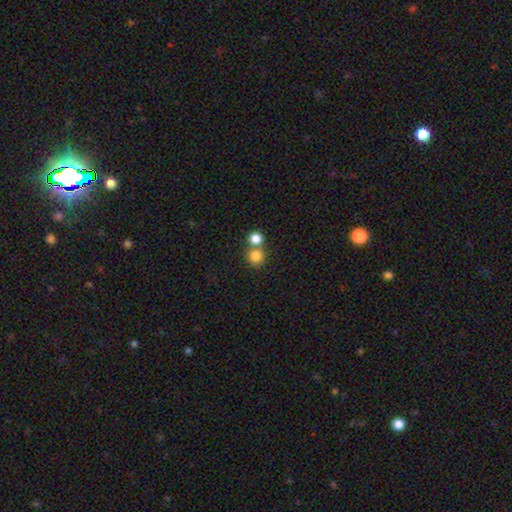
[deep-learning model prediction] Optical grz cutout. It shows a smooth galaxy with no disk features (82%) that is round (91%). Merging: none (58%).